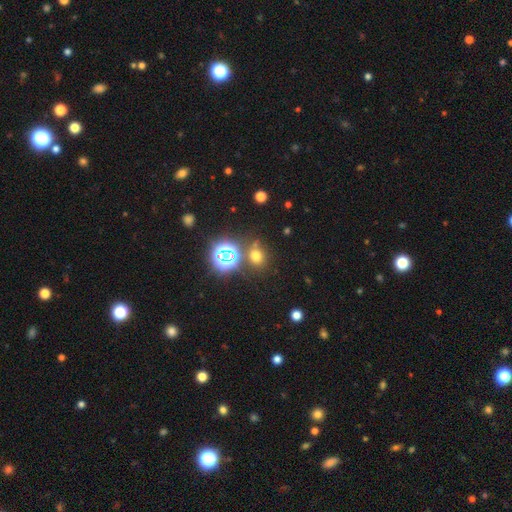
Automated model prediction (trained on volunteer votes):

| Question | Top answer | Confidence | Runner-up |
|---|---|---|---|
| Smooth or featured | smooth | 58% | star or artifact (34%) |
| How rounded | round | 69% | in between (30%) |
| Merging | none | 75% | minor disturbance (10%) |